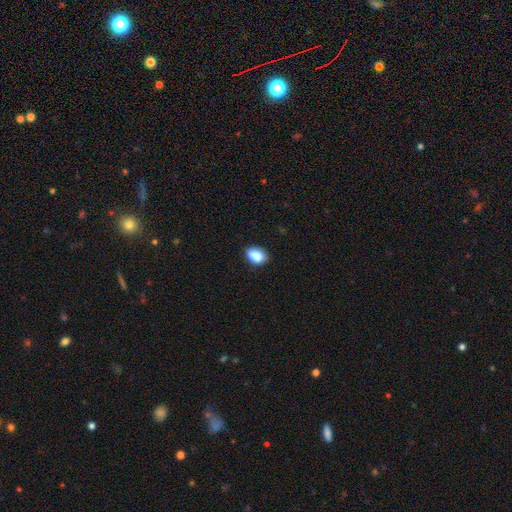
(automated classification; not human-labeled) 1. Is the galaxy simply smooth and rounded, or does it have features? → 87% smooth, 8% star or artifact, 5% featured or disk.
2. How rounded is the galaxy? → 83% in between, 16% round, 2% cigar-shaped.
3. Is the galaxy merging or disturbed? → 79% none, 16% minor disturbance, 3% major disturbance, 2% merger.